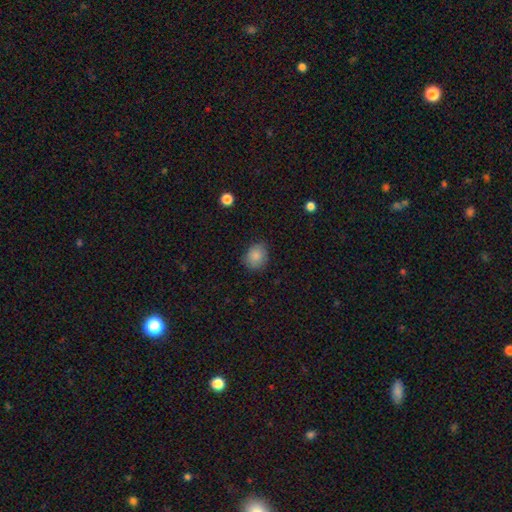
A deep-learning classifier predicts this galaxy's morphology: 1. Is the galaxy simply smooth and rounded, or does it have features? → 86% smooth, 9% star or artifact, 5% featured or disk.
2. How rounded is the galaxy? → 64% round, 35% in between, 1% cigar-shaped.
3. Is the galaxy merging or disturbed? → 80% none, 15% minor disturbance, 3% major disturbance, 1% merger.